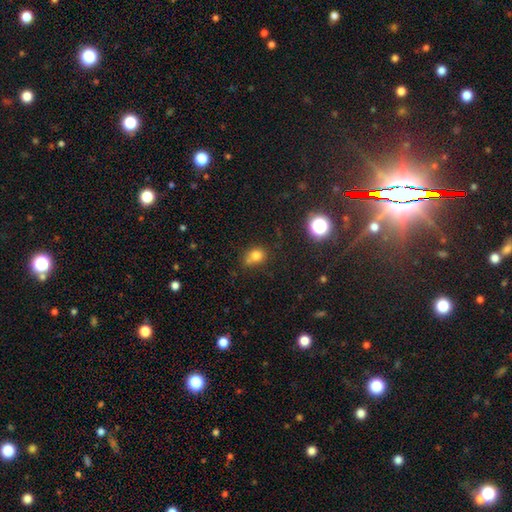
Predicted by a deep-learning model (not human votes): smooth 77%, star or artifact 15%, featured or disk 8%. Down the decision tree: how rounded — round (66%); merging — none (54%).